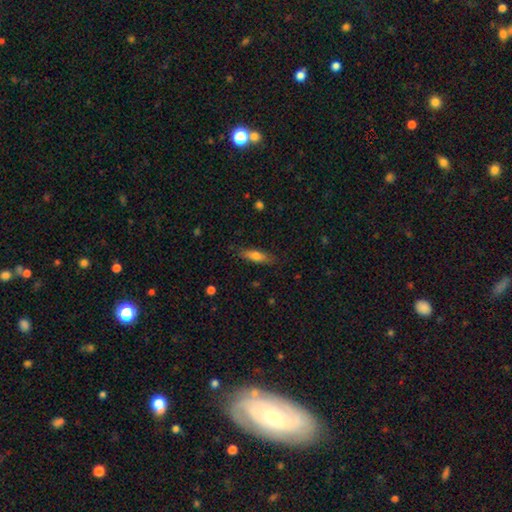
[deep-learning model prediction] smooth-or-featured: smooth: 69% | featured or disk: 24% | star or artifact: 7%
  how-rounded: cigar-shaped: 55% | in between: 43% | round: 2%
  merging: none: 84% | minor disturbance: 12% | major disturbance: 3% | merger: 1%